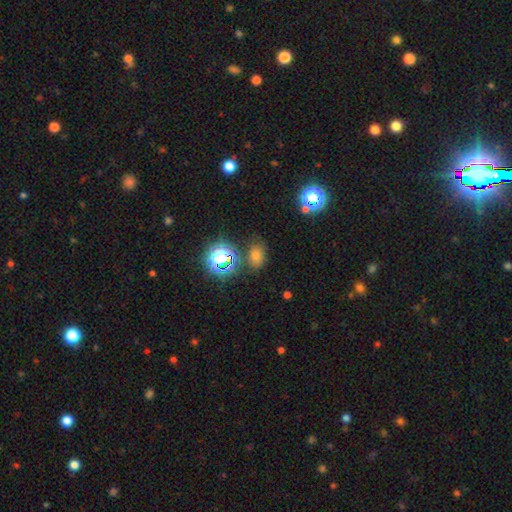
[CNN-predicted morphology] Smooth or featured? smooth (59%)
How rounded? in between (63%)
Merging? none (75%)